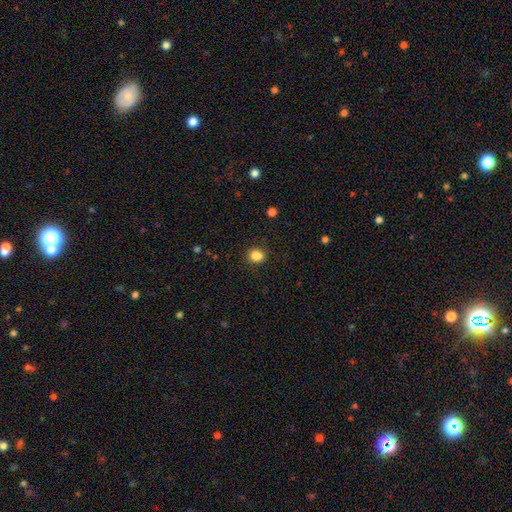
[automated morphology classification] This is clearly a smooth galaxy (85%). How rounded: likely round (61%). Merging: clearly none (82%).